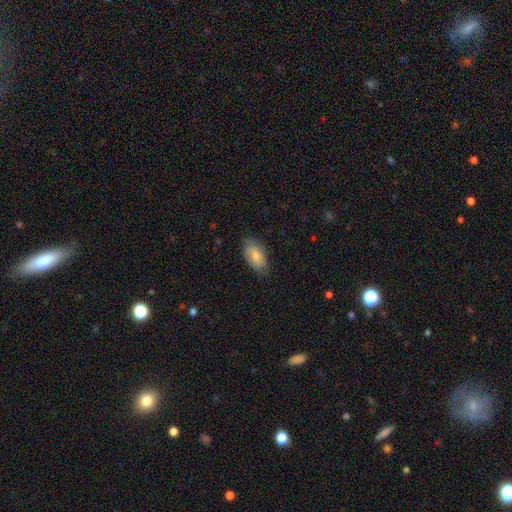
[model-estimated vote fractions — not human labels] Smooth or featured: smooth — 75% (featured or disk — 19%)
How rounded: in between — 93% (round — 3%)
Merging: none — 72% (minor disturbance — 23%)